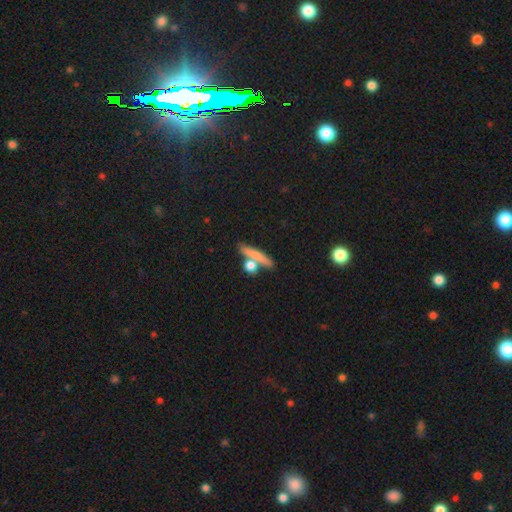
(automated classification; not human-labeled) This appears to be a smooth galaxy with no disk features (69%) that is cigar-shaped (69%). Merging: none (64%).